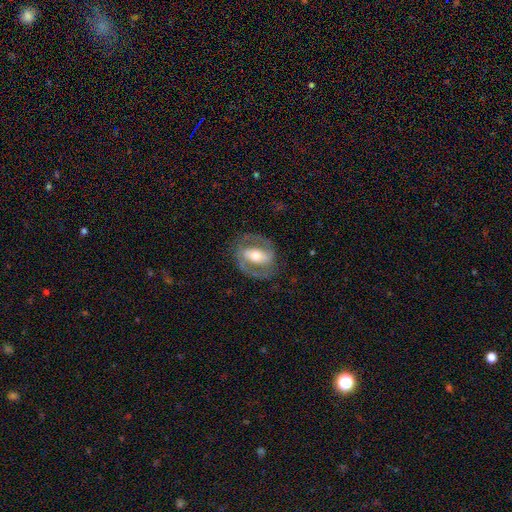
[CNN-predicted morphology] type=featured or disk (81%); edge-on=no (95%); bar=strong (50%); spiral arms=yes (83%); winding=medium (52%); arm count=2 (88%); bulge=moderate (68%); merging=none (78%).